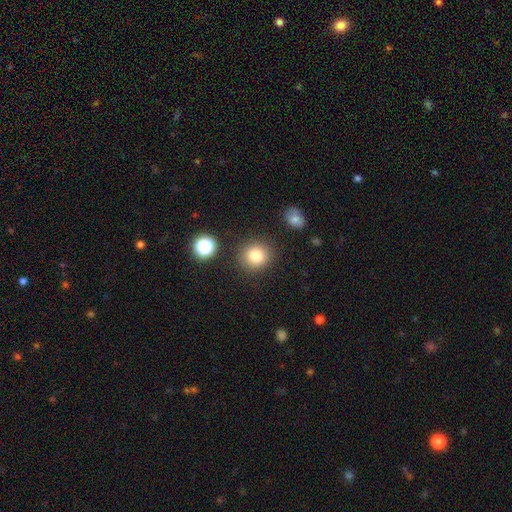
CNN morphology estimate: Overall: smooth (83%). How rounded: round (87%). Merging: none (84%).